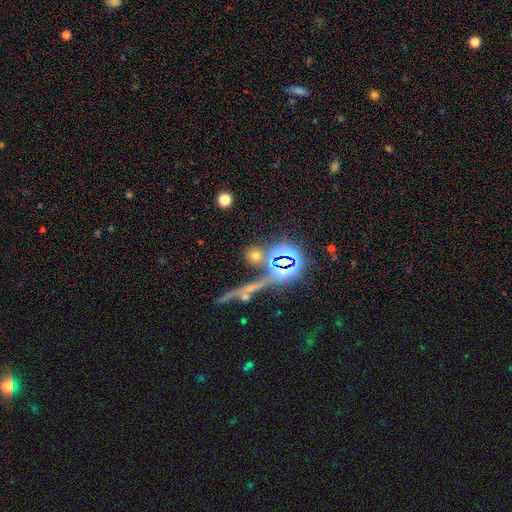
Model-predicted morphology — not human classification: smooth_or_featured: smooth (p=0.55) [alt: star or artifact p=0.33]
how_rounded: round (p=0.78) [alt: in between p=0.15]
merging: none (p=0.72) [alt: merger p=0.14]